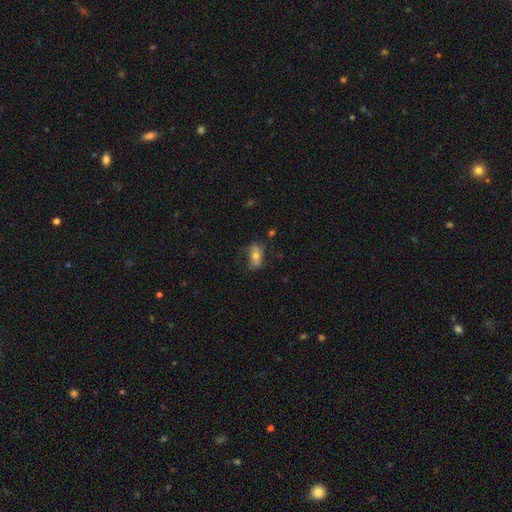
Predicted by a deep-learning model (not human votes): Smooth or featured? smooth (61%)
How rounded? in between (85%)
Merging? none (61%)